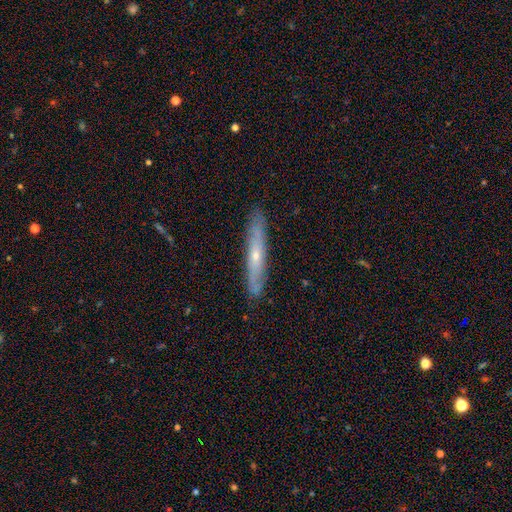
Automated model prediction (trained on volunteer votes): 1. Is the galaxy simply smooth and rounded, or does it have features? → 60% featured or disk, 33% smooth, 7% star or artifact.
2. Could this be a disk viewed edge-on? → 78% yes, 22% no.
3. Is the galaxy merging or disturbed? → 86% none, 11% minor disturbance, 2% major disturbance, 1% merger.